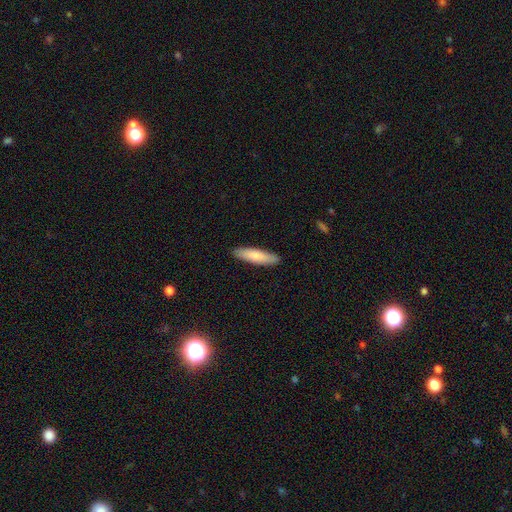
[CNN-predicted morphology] type=smooth (77%); roundness=cigar-shaped (72%); merging=none (90%).